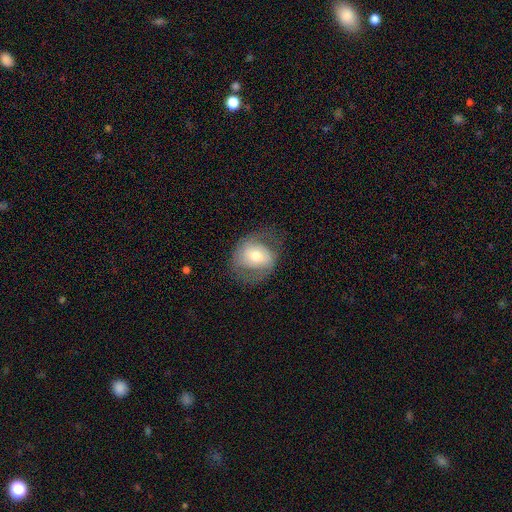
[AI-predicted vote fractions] Smooth or featured? featured or disk (47%)
Merging? none (61%)